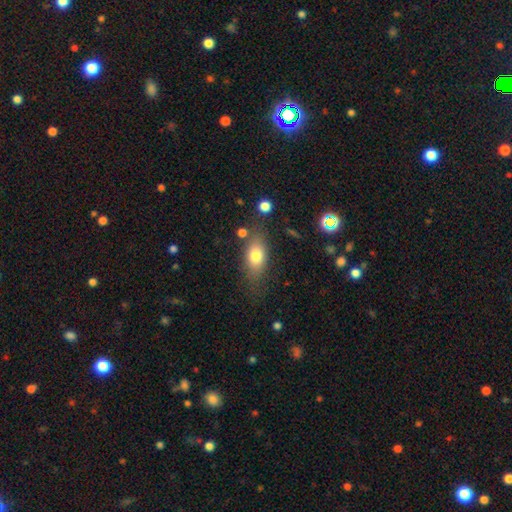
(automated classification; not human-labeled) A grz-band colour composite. It shows a smooth galaxy with no disk features (76%) that is in between round and cigar-shaped (81%). Merging: none (71%).